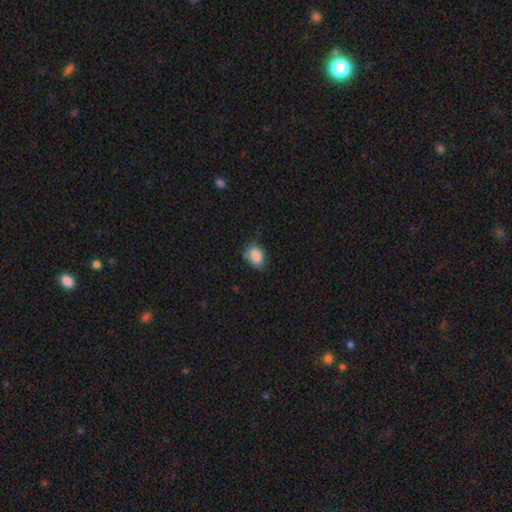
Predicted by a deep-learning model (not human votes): Q: Smooth or featured?
A: smooth (86%); runner-up: star or artifact (8%)
Q: How rounded?
A: in between (82%); runner-up: round (17%)
Q: Merging?
A: none (67%); runner-up: minor disturbance (26%)